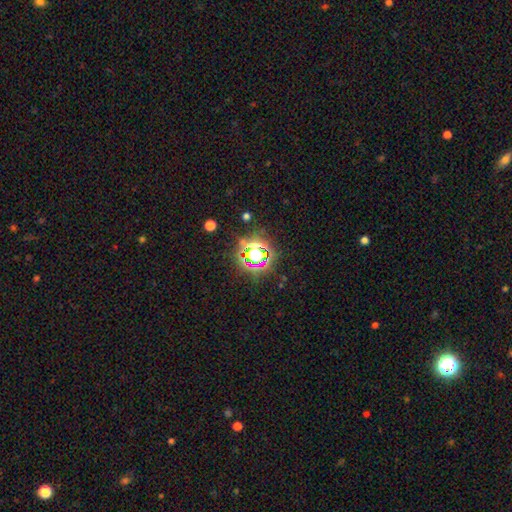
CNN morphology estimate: type=star or artifact (55%).